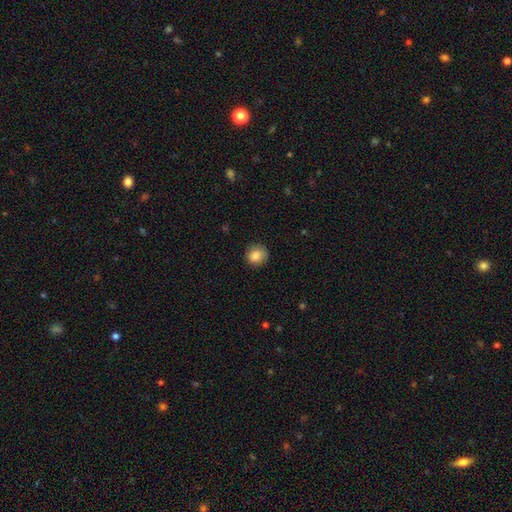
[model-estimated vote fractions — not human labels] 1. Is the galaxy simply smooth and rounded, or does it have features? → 85% smooth, 8% star or artifact, 7% featured or disk.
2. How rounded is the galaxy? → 85% round, 14% in between, 1% cigar-shaped.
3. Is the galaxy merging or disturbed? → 78% none, 17% minor disturbance, 4% major disturbance, 1% merger.